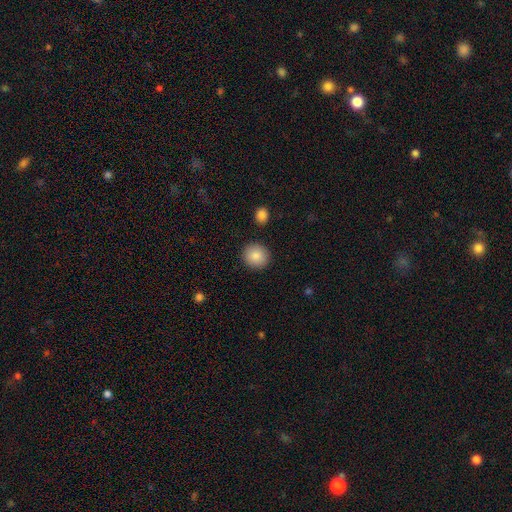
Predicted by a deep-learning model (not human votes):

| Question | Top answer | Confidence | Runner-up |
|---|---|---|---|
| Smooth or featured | smooth | 87% | star or artifact (8%) |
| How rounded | round | 91% | in between (8%) |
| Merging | none | 91% | minor disturbance (6%) |